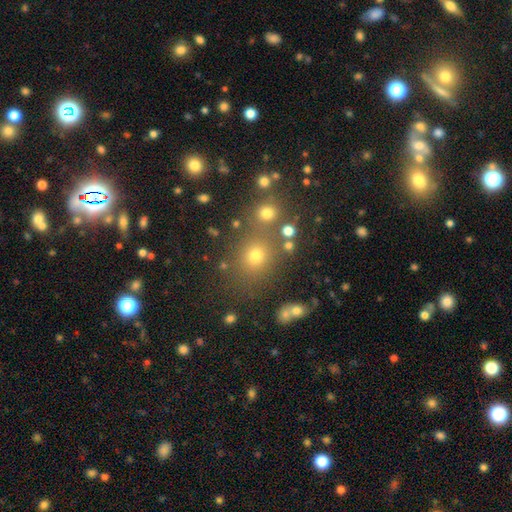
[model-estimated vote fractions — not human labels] The model was most divided on "smooth or featured": smooth: 64%, star or artifact: 26%, featured or disk: 10%. More confident: how rounded — round (78%); merging — none (74%).